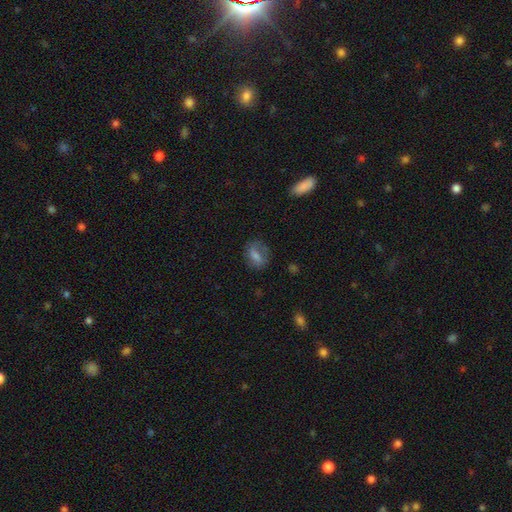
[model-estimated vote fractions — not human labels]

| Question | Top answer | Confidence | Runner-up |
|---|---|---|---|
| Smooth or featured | smooth | 59% | featured or disk (29%) |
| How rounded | in between | 66% | round (30%) |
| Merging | none | 66% | minor disturbance (21%) |